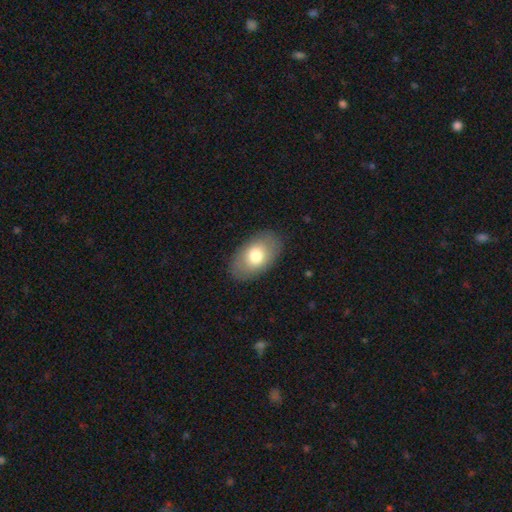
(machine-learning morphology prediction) This appears to be a smooth galaxy with no disk features (74%) that is in between round and cigar-shaped (91%). Merging: none (85%).